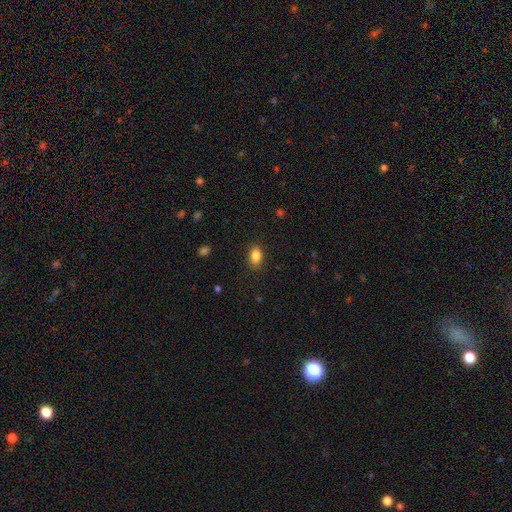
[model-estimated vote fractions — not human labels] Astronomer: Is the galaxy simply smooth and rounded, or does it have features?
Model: smooth — 86%.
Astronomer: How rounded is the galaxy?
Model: in between — 84%.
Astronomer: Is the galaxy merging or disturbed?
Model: none — 87%.